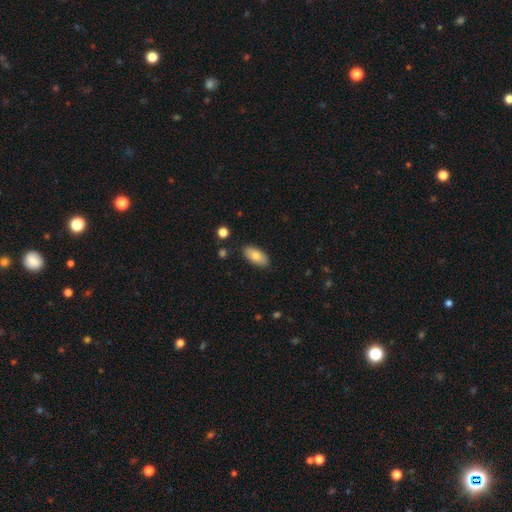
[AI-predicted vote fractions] Smooth or featured? smooth (79%)
How rounded? in between (91%)
Merging? none (87%)